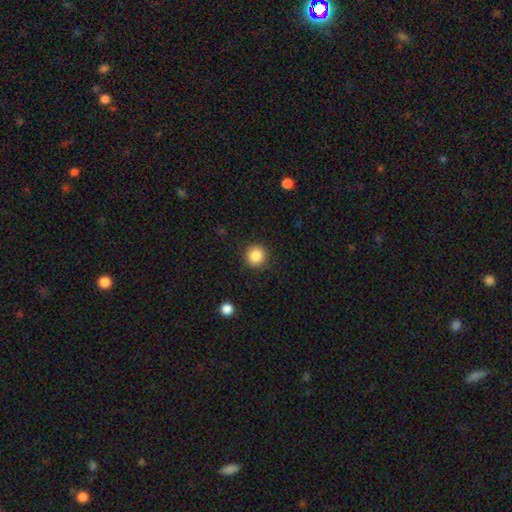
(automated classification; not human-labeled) This is clearly a smooth galaxy (87%). How rounded: clearly round (94%). Merging: clearly none (91%).